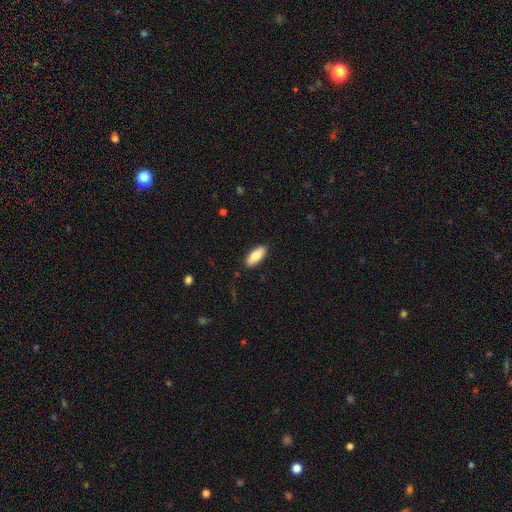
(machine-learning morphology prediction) Smooth or featured?
  - smooth: 82% *
  - featured or disk: 13%
  - star or artifact: 6%
How rounded?
  - in between: 80% *
  - cigar-shaped: 18%
  - round: 2%
Merging?
  - none: 89% *
  - minor disturbance: 8%
  - major disturbance: 2%
  - merger: 1%